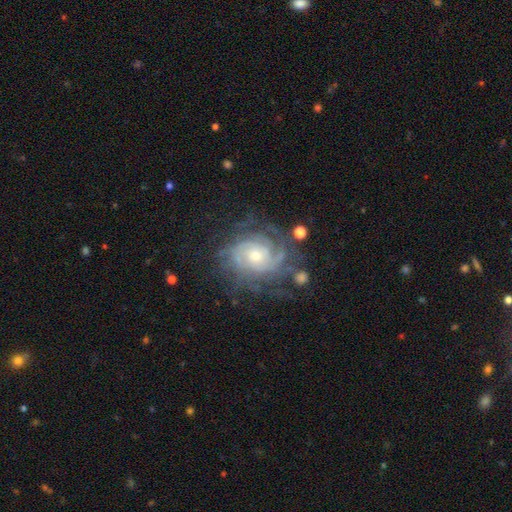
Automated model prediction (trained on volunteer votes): Smooth or featured? Predicted: featured or disk (p=0.86). Edge-on disk? Predicted: no (p=0.97). Bar? Predicted: no (p=0.75). Spiral arms? Predicted: yes (p=0.95). Spiral winding? Predicted: tight (p=0.70). Spiral arm count? Predicted: can't tell (p=0.38). Bulge size? Predicted: small (p=0.49). Merging? Predicted: none (p=0.66).